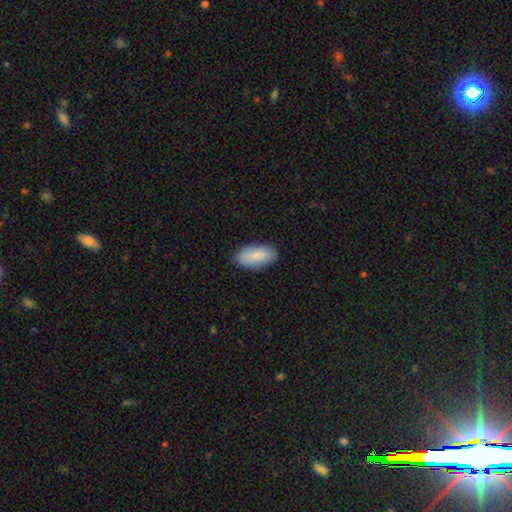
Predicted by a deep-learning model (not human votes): Smooth or featured? Predicted: smooth (p=0.86). How rounded? Predicted: in between (p=0.93). Merging? Predicted: none (p=0.87).